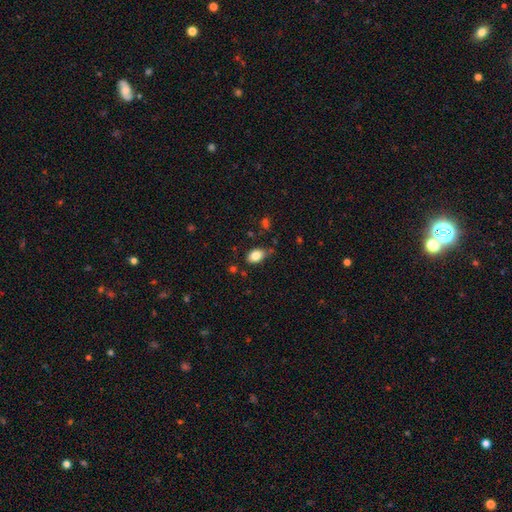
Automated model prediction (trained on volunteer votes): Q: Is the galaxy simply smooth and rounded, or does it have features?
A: smooth — 84%.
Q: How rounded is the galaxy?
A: in between — 87%.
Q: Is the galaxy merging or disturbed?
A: none — 71%.